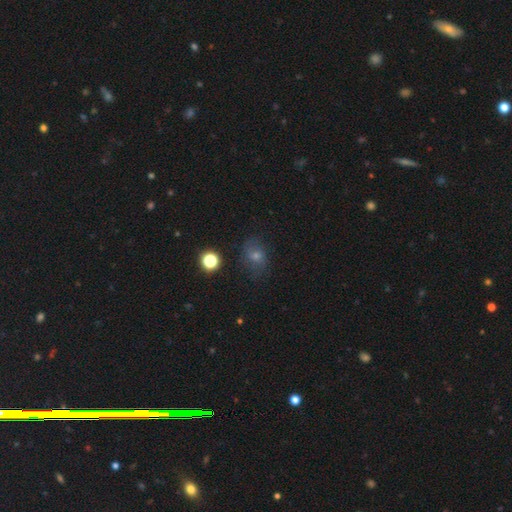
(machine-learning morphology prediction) type=smooth (46%); merging=none (75%).